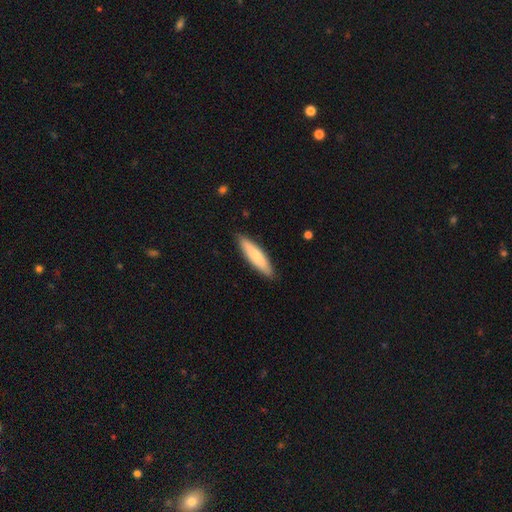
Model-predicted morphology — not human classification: Smooth or featured?
  - smooth: 77% *
  - featured or disk: 19%
  - star or artifact: 5%
How rounded?
  - cigar-shaped: 77% *
  - in between: 22%
  - round: 1%
Merging?
  - none: 89% *
  - minor disturbance: 9%
  - major disturbance: 2%
  - merger: 1%